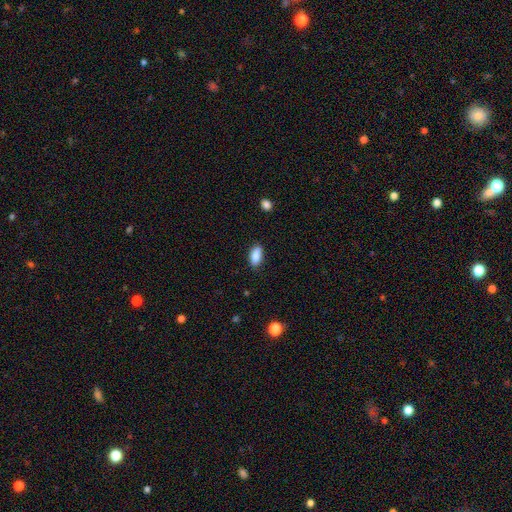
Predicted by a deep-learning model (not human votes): Q: Smooth or featured?
A: smooth (85%); runner-up: featured or disk (8%)
Q: How rounded?
A: in between (86%); runner-up: cigar-shaped (11%)
Q: Merging?
A: none (84%); runner-up: minor disturbance (12%)